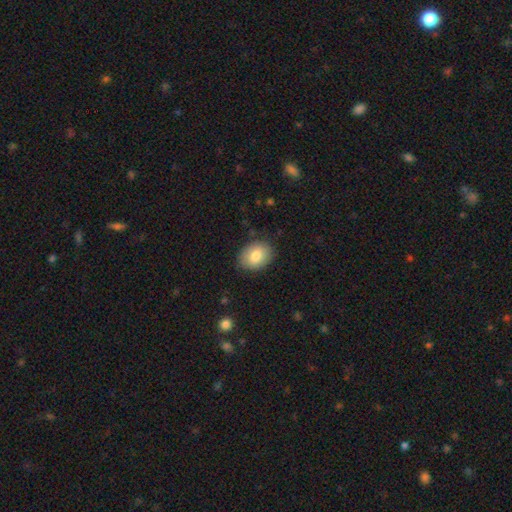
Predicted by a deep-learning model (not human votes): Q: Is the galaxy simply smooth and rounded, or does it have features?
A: smooth — 83%.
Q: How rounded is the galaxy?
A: in between — 66%.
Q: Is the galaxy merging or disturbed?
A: none — 83%.